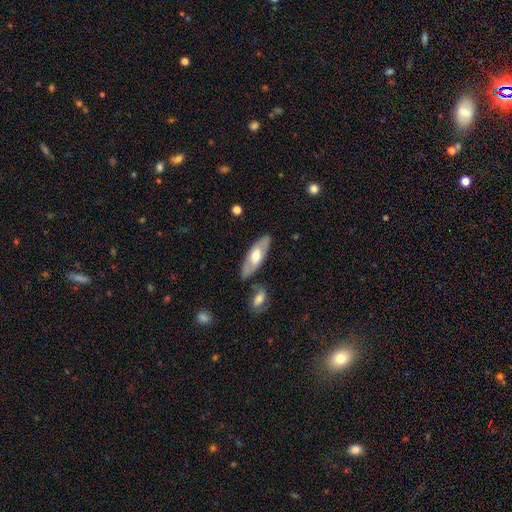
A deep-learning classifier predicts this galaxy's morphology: Q: Smooth or featured?
A: smooth (48%); runner-up: featured or disk (47%)
Q: Merging?
A: none (80%); runner-up: minor disturbance (13%)